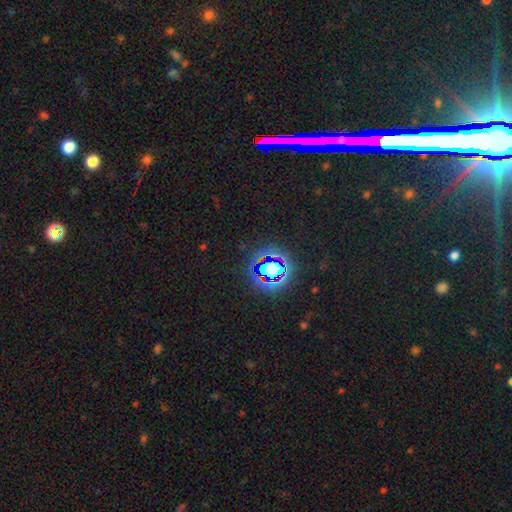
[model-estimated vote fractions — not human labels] Smooth or featured? star or artifact (78%)